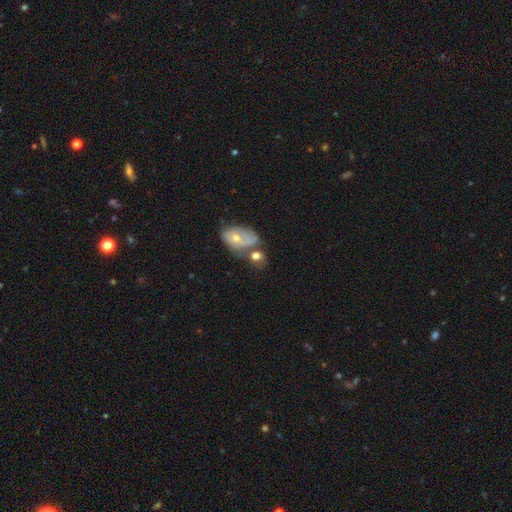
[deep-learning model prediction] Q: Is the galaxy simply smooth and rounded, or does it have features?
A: smooth — 64%.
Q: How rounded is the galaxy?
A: in between — 55%.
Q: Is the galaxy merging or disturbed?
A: merger — 40%.